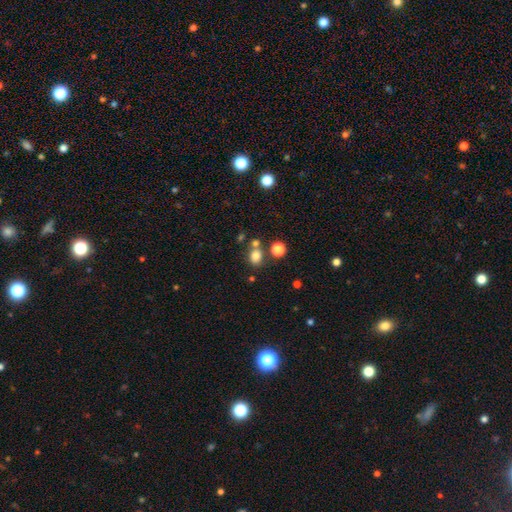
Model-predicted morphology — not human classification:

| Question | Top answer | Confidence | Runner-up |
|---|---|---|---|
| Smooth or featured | smooth | 78% | star or artifact (15%) |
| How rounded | round | 62% | in between (37%) |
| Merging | none | 65% | merger (21%) |